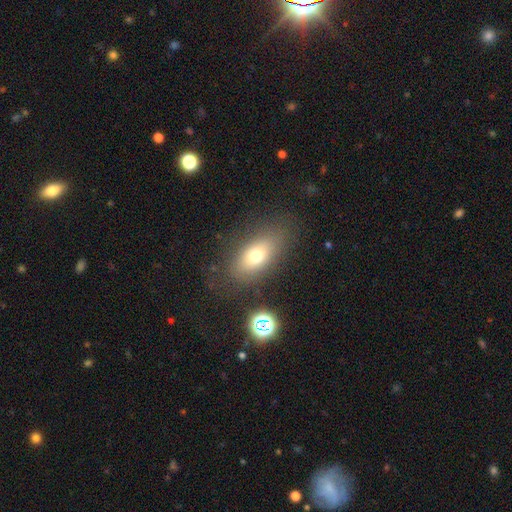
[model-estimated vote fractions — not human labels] Smooth or featured: smooth — 70% (featured or disk — 18%)
How rounded: in between — 84% (round — 10%)
Merging: none — 79% (minor disturbance — 13%)